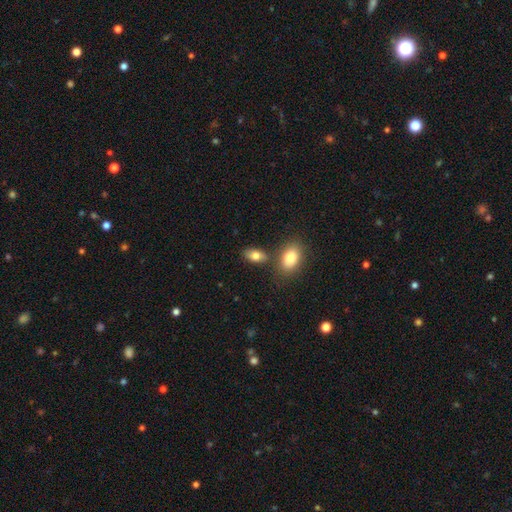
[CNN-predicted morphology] Overall: smooth (80%). How rounded: in between (90%). Merging: none (69%).